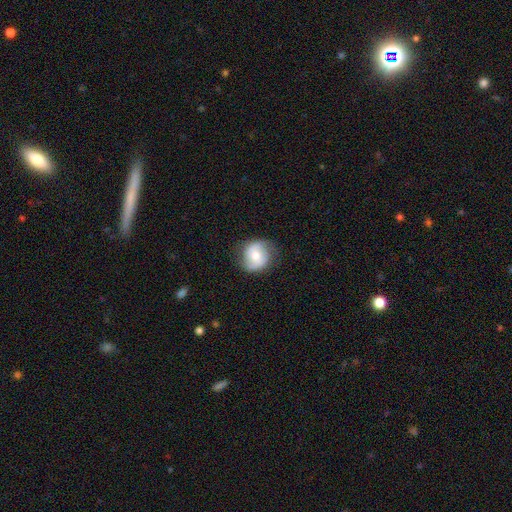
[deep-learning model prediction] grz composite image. It shows a smooth galaxy with no disk features (49%). Merging: none (78%).